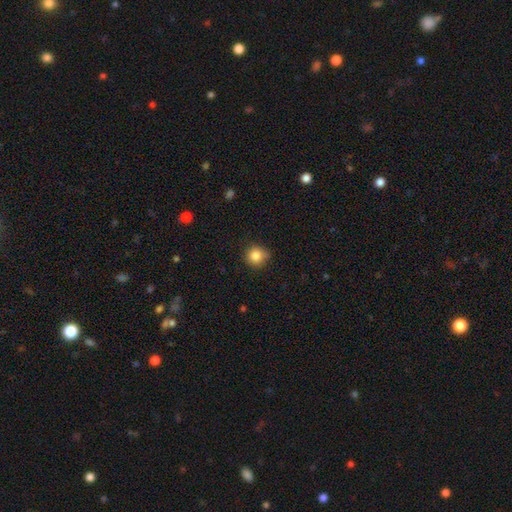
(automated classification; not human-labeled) Smooth or featured?
  - smooth: 84% *
  - star or artifact: 11%
  - featured or disk: 5%
How rounded?
  - round: 91% *
  - in between: 8%
  - cigar-shaped: 1%
Merging?
  - none: 77% *
  - minor disturbance: 18%
  - major disturbance: 3%
  - merger: 2%